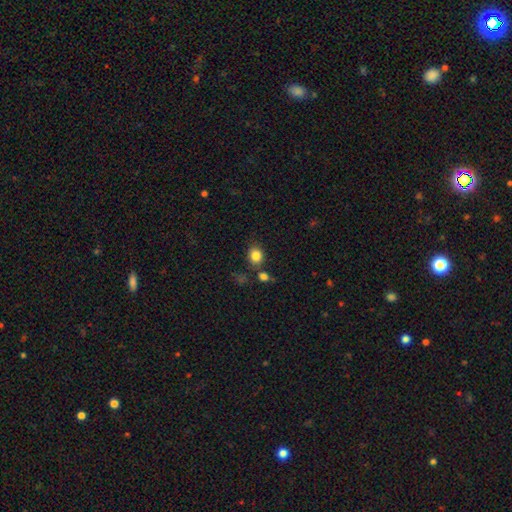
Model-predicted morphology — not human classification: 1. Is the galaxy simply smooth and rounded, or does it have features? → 84% smooth, 10% star or artifact, 6% featured or disk.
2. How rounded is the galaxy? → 64% round, 35% in between, 1% cigar-shaped.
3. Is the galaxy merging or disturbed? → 74% none, 12% minor disturbance, 10% merger, 4% major disturbance.